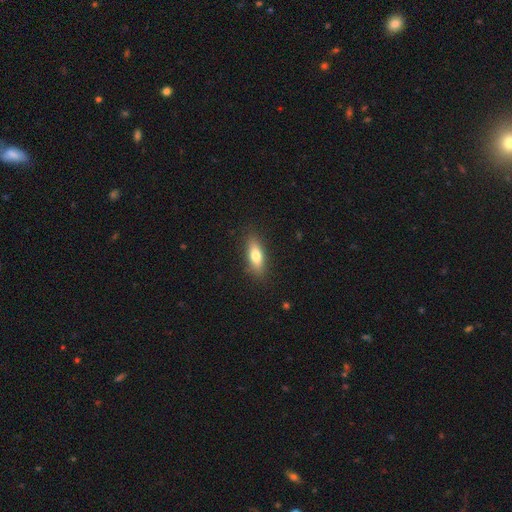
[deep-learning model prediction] A smooth galaxy with no disk features (72%) that is in between round and cigar-shaped (59%). Merging: none (86%).